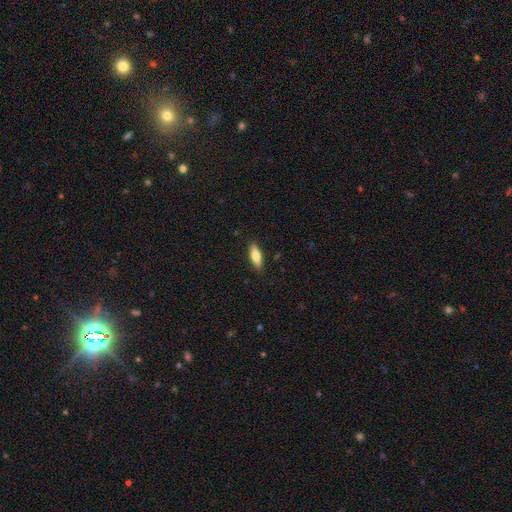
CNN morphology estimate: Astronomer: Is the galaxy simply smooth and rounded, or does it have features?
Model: smooth — 76%.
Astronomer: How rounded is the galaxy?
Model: in between — 58% (runner-up: cigar-shaped, 39%).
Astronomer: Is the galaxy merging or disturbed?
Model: none — 88%.